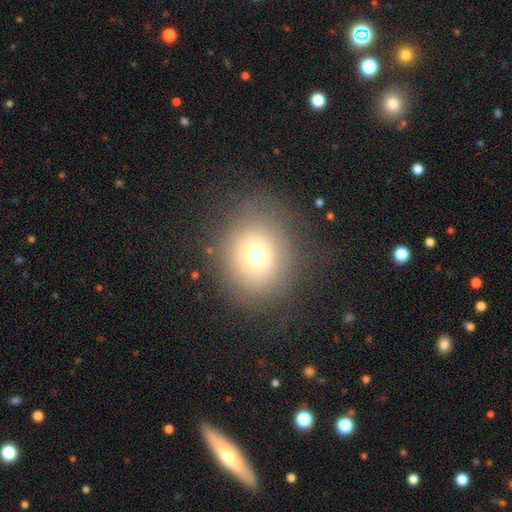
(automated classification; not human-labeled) Overall: smooth (67%). How rounded: round (77%). Merging: none (75%).